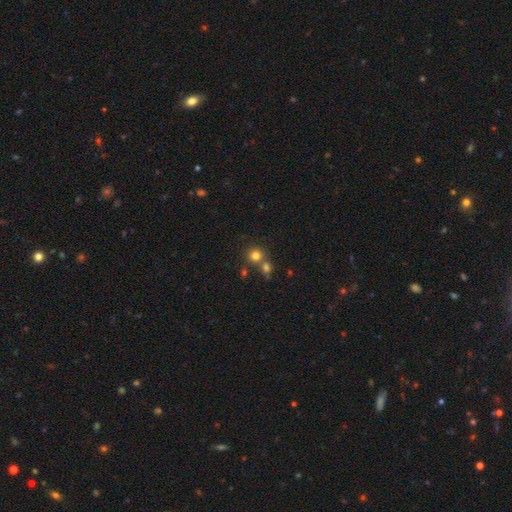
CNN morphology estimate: A smooth galaxy with no disk features (77%) that is round (88%).

Vote fractions:
- Smooth or featured? smooth: 77% / star or artifact: 15% / featured or disk: 8%
- How rounded? round: 88% / in between: 11% / cigar-shaped: 1%
- Merging? none: 58% / merger: 32% / minor disturbance: 7% / major disturbance: 3%